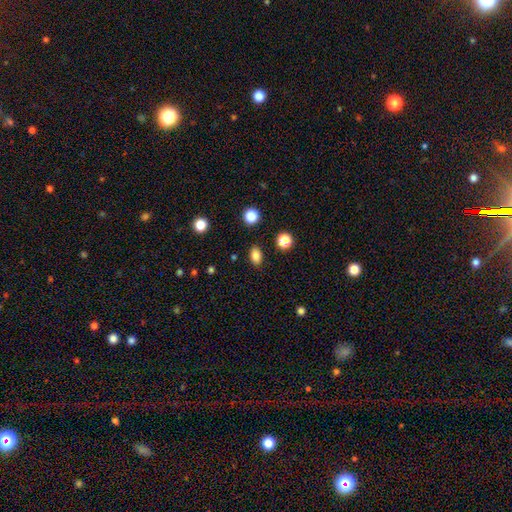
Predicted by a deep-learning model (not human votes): A smooth galaxy with no disk features (84%) that is in between round and cigar-shaped (82%).

Vote fractions:
- Smooth or featured? smooth: 84% / star or artifact: 11% / featured or disk: 5%
- How rounded? in between: 82% / round: 16% / cigar-shaped: 2%
- Merging? none: 87% / minor disturbance: 8% / major disturbance: 3% / merger: 2%